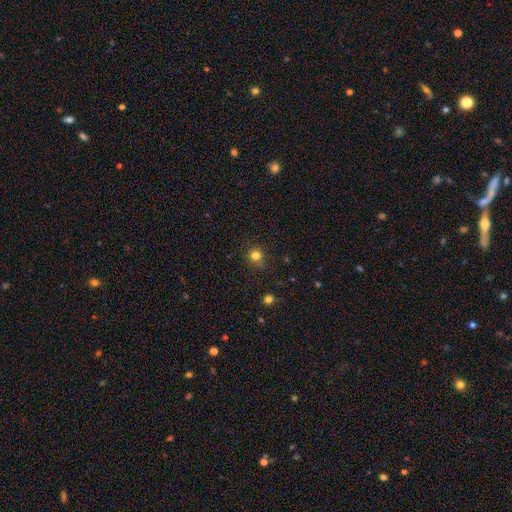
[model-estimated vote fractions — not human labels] Smooth or featured? Predicted: smooth (p=0.80). How rounded? Predicted: round (p=0.91). Merging? Predicted: none (p=0.84).